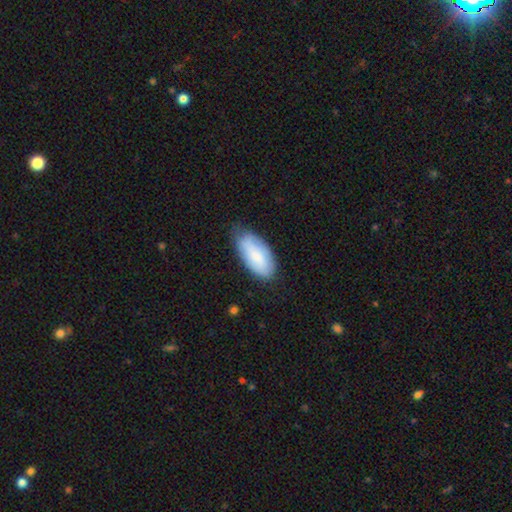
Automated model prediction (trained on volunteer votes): Q: Smooth or featured?
A: smooth (78%); runner-up: featured or disk (16%)
Q: How rounded?
A: in between (92%); runner-up: cigar-shaped (6%)
Q: Merging?
A: none (67%); runner-up: minor disturbance (28%)